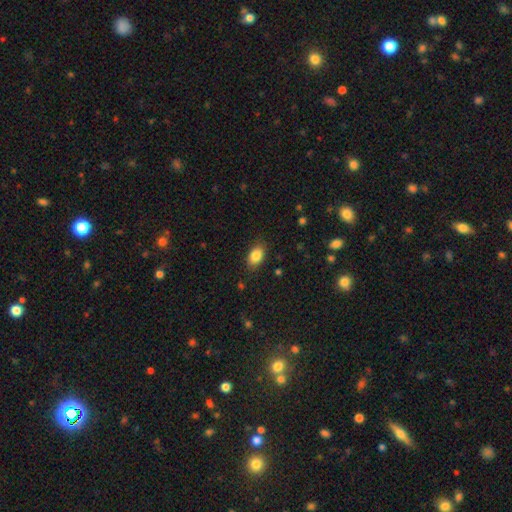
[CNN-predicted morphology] A smooth galaxy with no disk features (86%) that is in between round and cigar-shaped (83%). Merging: none (84%).